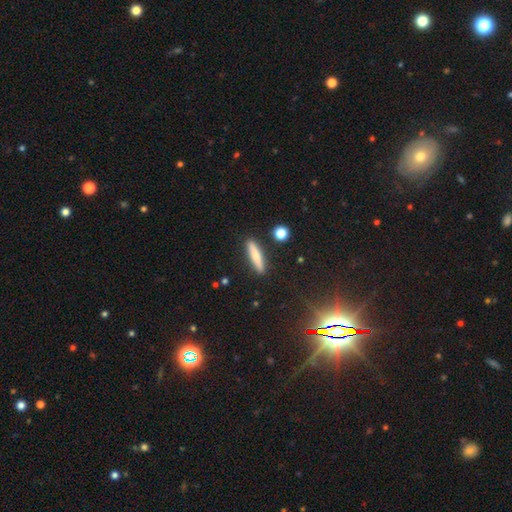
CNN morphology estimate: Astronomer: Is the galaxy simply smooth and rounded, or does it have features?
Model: smooth — 69%.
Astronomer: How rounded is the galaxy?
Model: cigar-shaped — 85%.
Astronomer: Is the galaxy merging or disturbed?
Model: none — 89%.